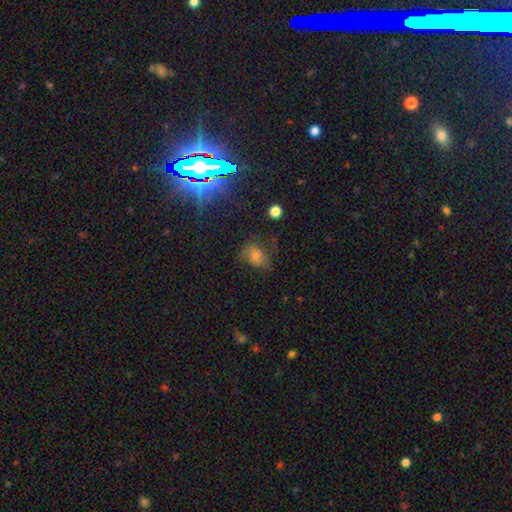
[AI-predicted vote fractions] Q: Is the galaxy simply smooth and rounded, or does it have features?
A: smooth — 42%.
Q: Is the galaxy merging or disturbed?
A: none — 59%.